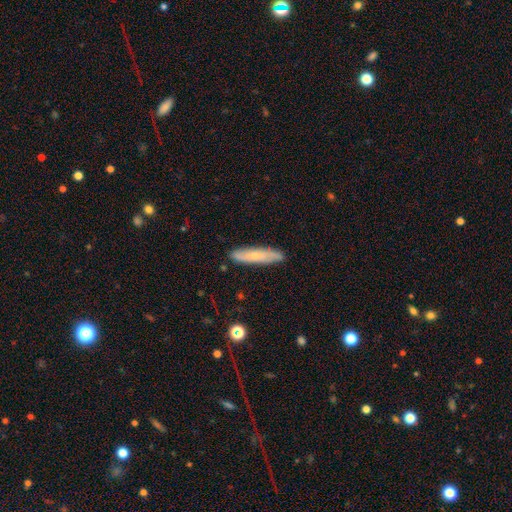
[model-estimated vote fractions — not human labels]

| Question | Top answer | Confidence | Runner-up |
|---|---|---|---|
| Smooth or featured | smooth | 61% | featured or disk (32%) |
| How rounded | cigar-shaped | 86% | in between (13%) |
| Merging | none | 86% | minor disturbance (11%) |